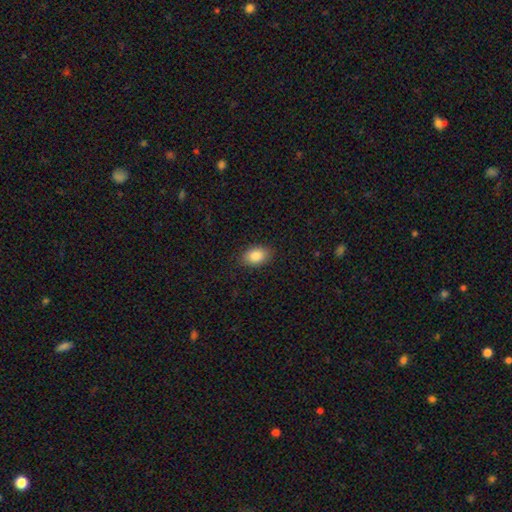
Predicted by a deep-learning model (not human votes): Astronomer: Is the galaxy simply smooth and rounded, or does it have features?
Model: smooth — 87%.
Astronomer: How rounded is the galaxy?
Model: in between — 87%.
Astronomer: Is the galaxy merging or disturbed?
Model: none — 88%.